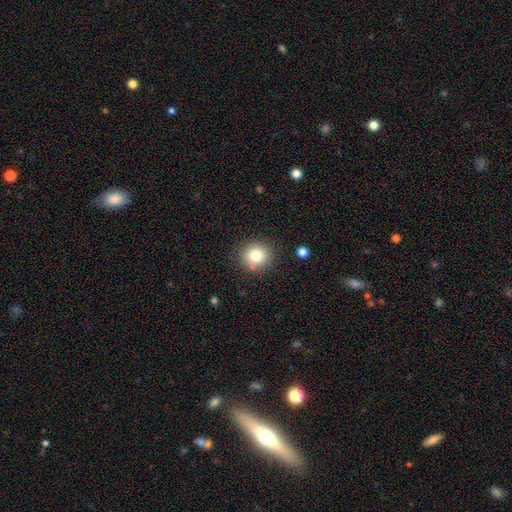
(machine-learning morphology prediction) A smooth galaxy with no disk features (82%) that is round (89%). Merging: none (83%).